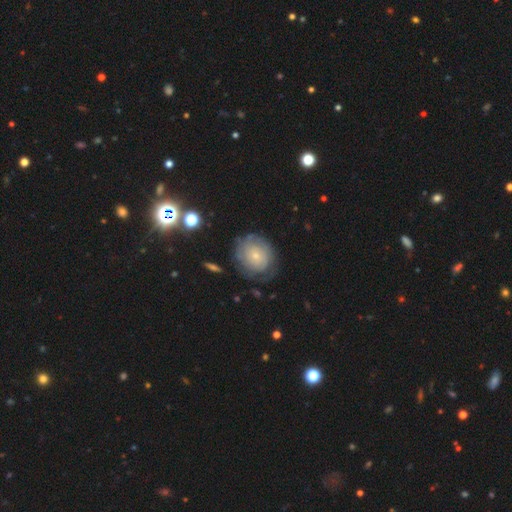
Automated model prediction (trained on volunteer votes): A featured or disk galaxy (50%).

Vote fractions:
- Smooth or featured? featured or disk: 50% / smooth: 42% / star or artifact: 8%
- Edge-on disk? no: 96% / yes: 4%
- Merging? none: 66% / minor disturbance: 21% / major disturbance: 12% / merger: 2%